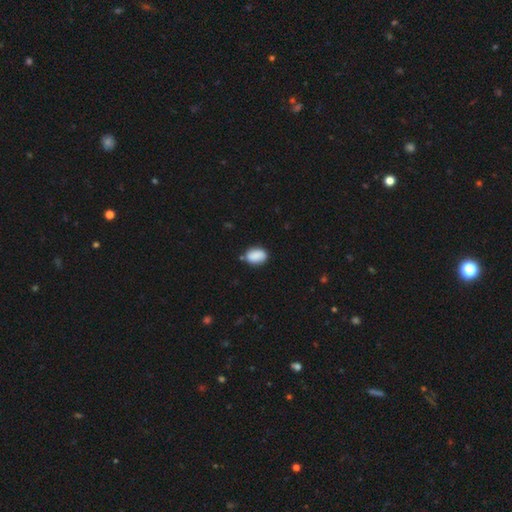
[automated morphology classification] Q: Smooth or featured?
A: smooth (88%); runner-up: star or artifact (7%)
Q: How rounded?
A: in between (82%); runner-up: round (17%)
Q: Merging?
A: none (77%); runner-up: minor disturbance (16%)